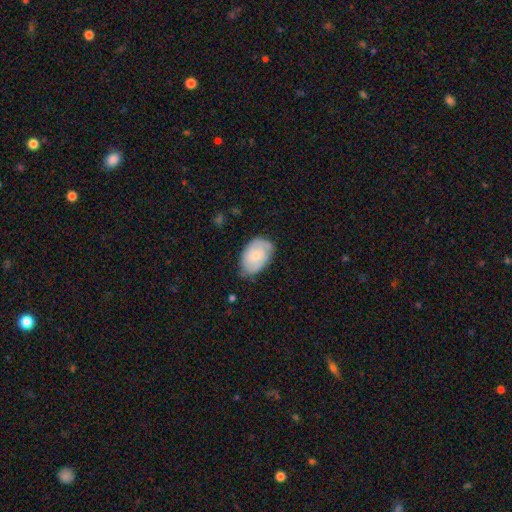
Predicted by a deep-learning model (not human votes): The model was most divided on "smooth or featured": featured or disk: 48%, smooth: 45%, star or artifact: 6%. More confident: merging — none (68%).